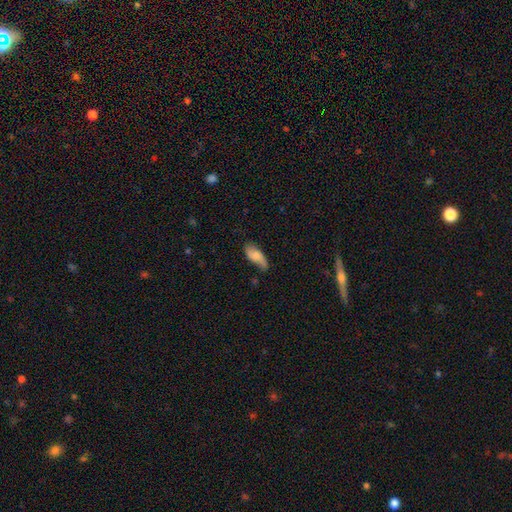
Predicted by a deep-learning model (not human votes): A smooth galaxy with no disk features (59%) that is in between round and cigar-shaped (81%).

Vote fractions:
- Smooth or featured? smooth: 59% / featured or disk: 33% / star or artifact: 8%
- How rounded? in between: 81% / cigar-shaped: 16% / round: 3%
- Merging? none: 55% / minor disturbance: 31% / major disturbance: 11% / merger: 3%